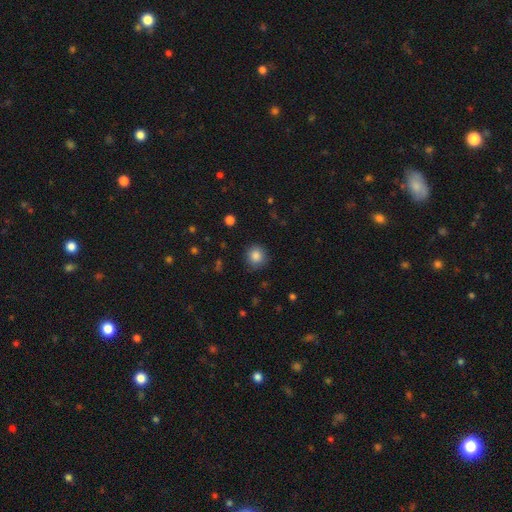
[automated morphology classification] A smooth galaxy with no disk features (85%) that is round (92%). Merging: none (88%).